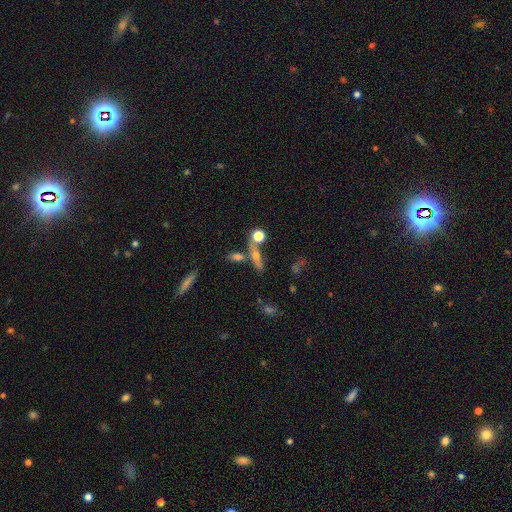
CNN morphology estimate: featured or disk 46%, smooth 39%, star or artifact 15%. Down the decision tree: merging — none (55%).